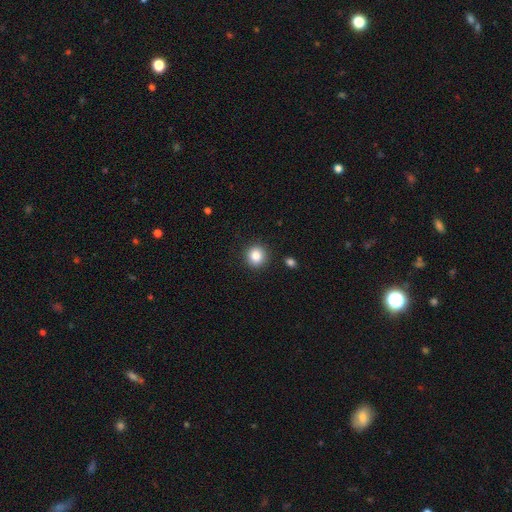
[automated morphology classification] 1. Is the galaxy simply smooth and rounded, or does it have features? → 85% smooth, 10% star or artifact, 5% featured or disk.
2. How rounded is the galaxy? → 90% round, 9% in between, 1% cigar-shaped.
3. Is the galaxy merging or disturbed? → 89% none, 7% minor disturbance, 2% major disturbance, 2% merger.